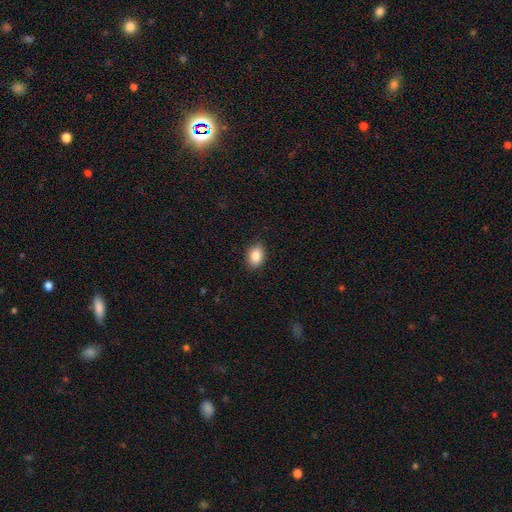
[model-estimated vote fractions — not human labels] This appears to be a smooth galaxy with no disk features (88%) that is in between round and cigar-shaped (81%). Merging: none (88%).